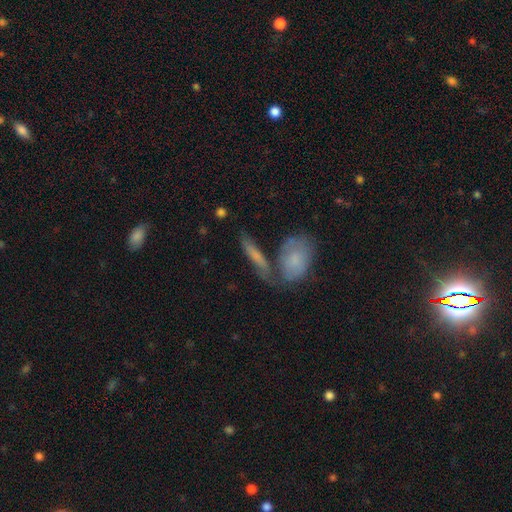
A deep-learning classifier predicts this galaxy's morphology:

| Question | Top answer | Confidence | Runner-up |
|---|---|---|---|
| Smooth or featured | smooth | 64% | featured or disk (28%) |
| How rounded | cigar-shaped | 61% | in between (34%) |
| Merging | none | 53% | merger (26%) |